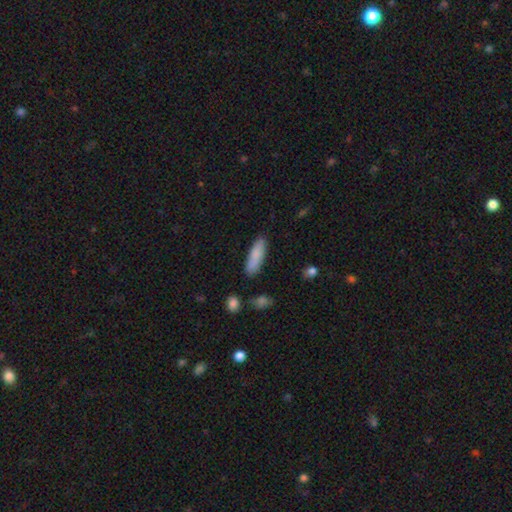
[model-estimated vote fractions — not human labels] smooth_or_featured: smooth (p=0.84) [alt: featured or disk p=0.10]
how_rounded: cigar-shaped (p=0.54) [alt: in between p=0.44]
merging: none (p=0.85) [alt: minor disturbance p=0.10]